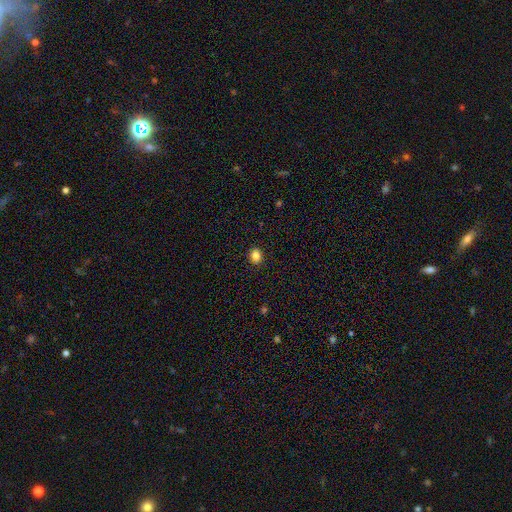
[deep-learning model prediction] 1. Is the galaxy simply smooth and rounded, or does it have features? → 85% smooth, 11% star or artifact, 4% featured or disk.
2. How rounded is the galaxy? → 59% round, 40% in between, 1% cigar-shaped.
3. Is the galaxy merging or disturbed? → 91% none, 6% minor disturbance, 2% major disturbance, 1% merger.